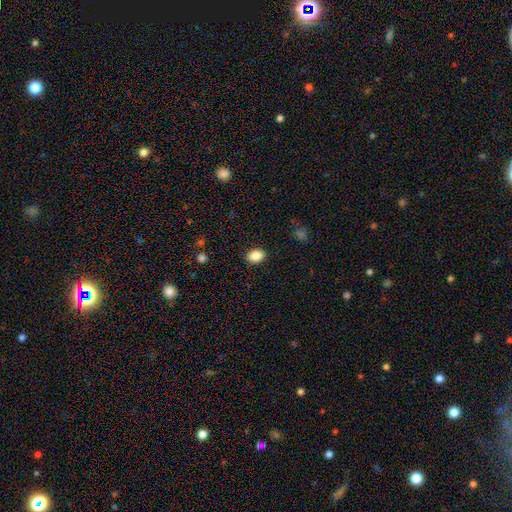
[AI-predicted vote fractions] Smooth or featured? smooth (87%)
How rounded? in between (76%)
Merging? none (89%)